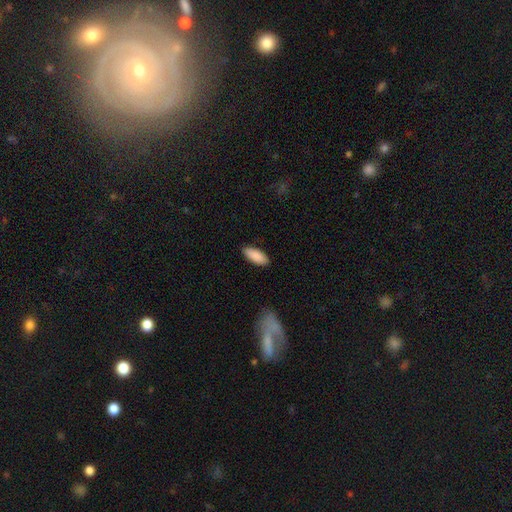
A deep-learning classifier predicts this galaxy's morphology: Smooth or featured?
  - smooth: 90% *
  - star or artifact: 6%
  - featured or disk: 5%
How rounded?
  - in between: 84% *
  - cigar-shaped: 14%
  - round: 2%
Merging?
  - none: 87% *
  - minor disturbance: 10%
  - major disturbance: 2%
  - merger: 1%